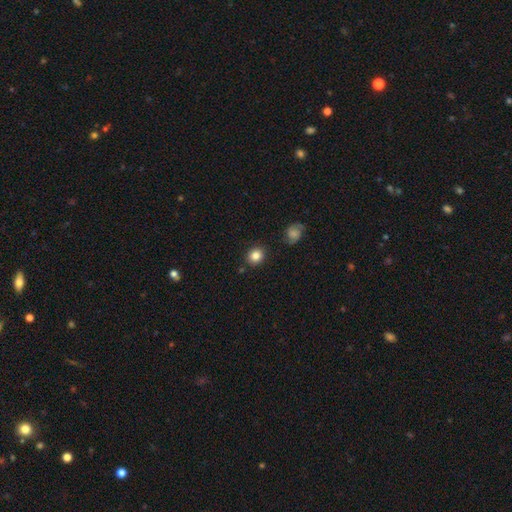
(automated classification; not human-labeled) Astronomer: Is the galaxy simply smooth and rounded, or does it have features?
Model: smooth — 84%.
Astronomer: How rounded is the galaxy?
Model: round — 78%.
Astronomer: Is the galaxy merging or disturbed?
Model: none — 86%.